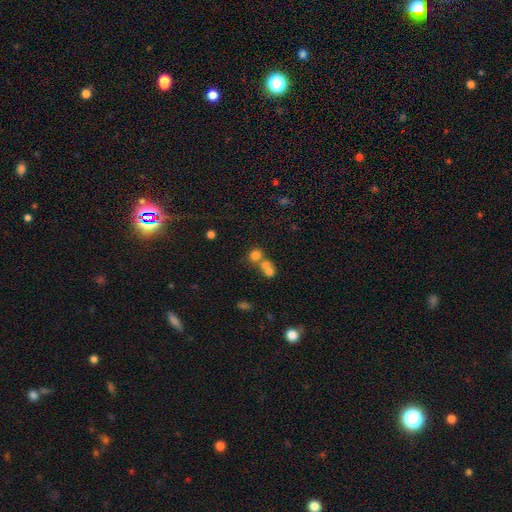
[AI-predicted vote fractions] The model was most divided on "merging": merger: 54%, none: 35%, minor disturbance: 6%, major disturbance: 4%. More confident: how rounded — round (69%); smooth or featured — smooth (64%).